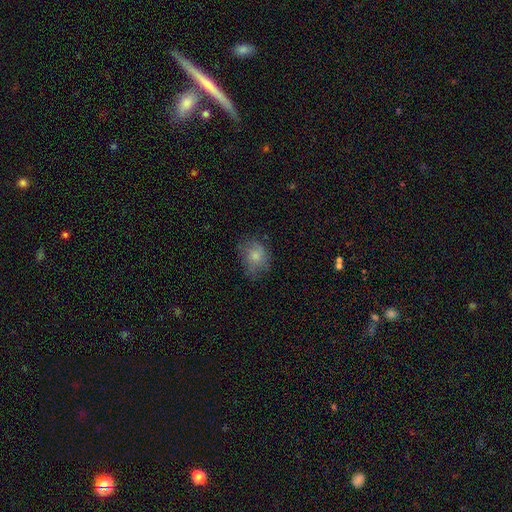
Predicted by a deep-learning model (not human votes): This appears to be a smooth galaxy with no disk features (68%) that is round (53%). Merging: none (64%).